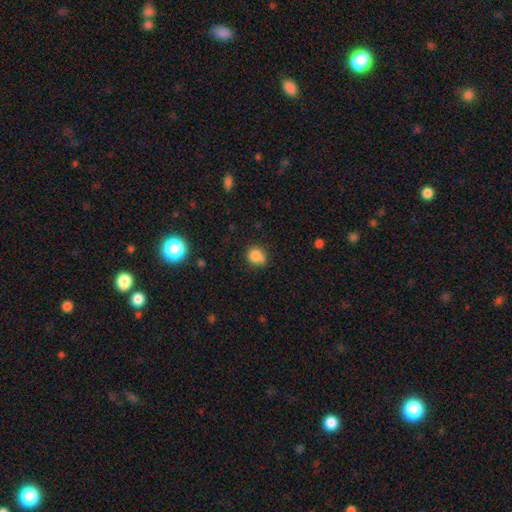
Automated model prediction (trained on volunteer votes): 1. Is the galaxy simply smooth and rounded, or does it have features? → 81% smooth, 12% star or artifact, 8% featured or disk.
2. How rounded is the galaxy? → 78% round, 21% in between, 1% cigar-shaped.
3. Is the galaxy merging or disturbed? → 57% none, 21% minor disturbance, 16% merger, 6% major disturbance.